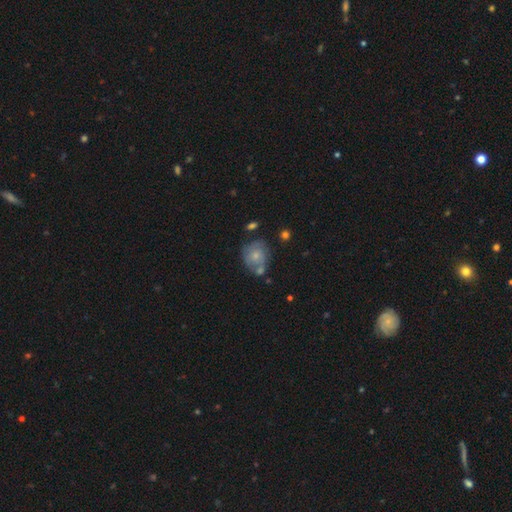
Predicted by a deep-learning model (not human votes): Overall: smooth (56%; featured or disk 36%). How rounded: round (68%; in between 31%). Merging: none (45%; minor disturbance 24%).